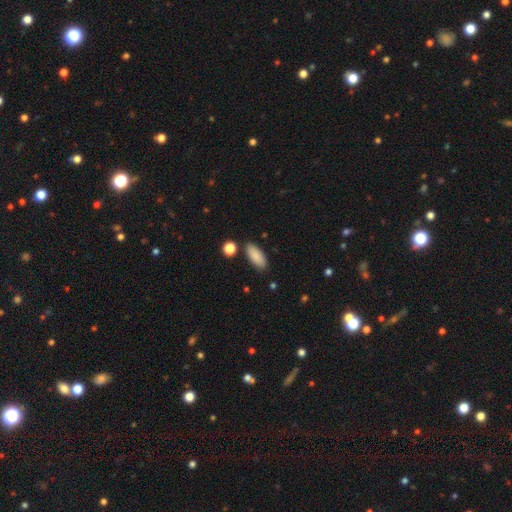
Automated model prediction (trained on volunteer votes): Smooth or featured?
  - smooth: 88% *
  - star or artifact: 7%
  - featured or disk: 5%
How rounded?
  - in between: 83% *
  - cigar-shaped: 15%
  - round: 2%
Merging?
  - none: 84% *
  - minor disturbance: 10%
  - merger: 3%
  - major disturbance: 2%